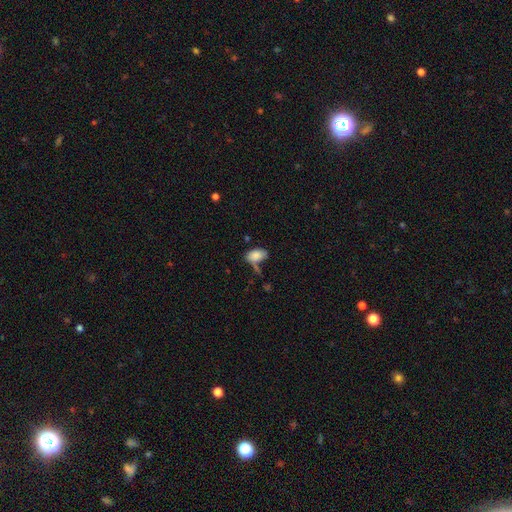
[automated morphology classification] The model was most divided on "merging": none: 51%, minor disturbance: 24%, merger: 15%, major disturbance: 10%. More confident: how rounded — in between (92%); smooth or featured — smooth (83%).